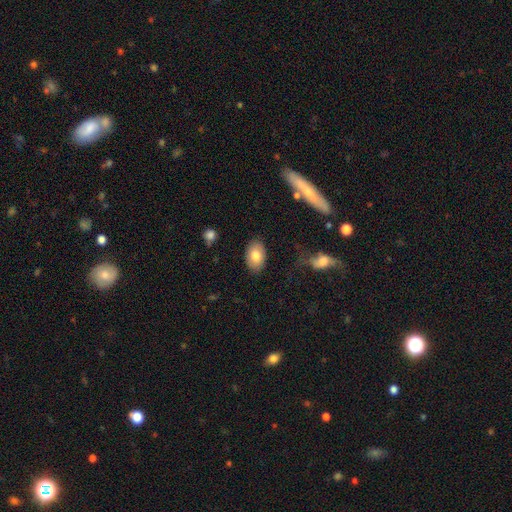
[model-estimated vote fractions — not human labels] The model was most divided on "smooth or featured": smooth: 79%, featured or disk: 14%, star or artifact: 7%. More confident: how rounded — in between (90%); merging — none (84%).